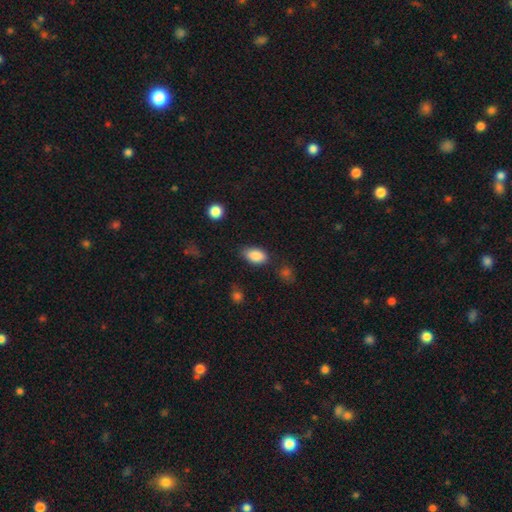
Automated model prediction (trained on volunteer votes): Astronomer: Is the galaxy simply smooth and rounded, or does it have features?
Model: smooth — 87%.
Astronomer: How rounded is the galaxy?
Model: in between — 91%.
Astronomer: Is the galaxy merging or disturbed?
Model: none — 74%.